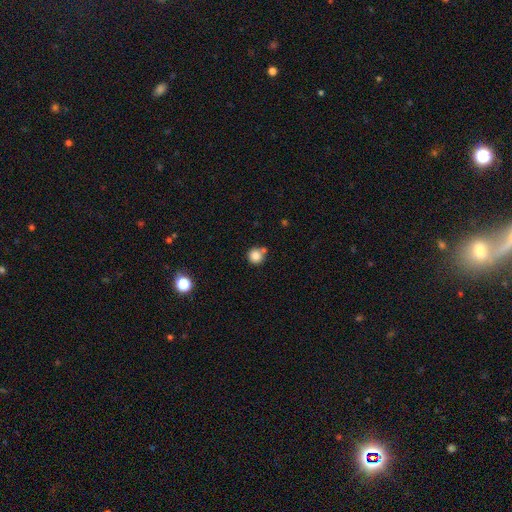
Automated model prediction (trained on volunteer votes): Smooth or featured: smooth — 83% (star or artifact — 11%)
How rounded: round — 93% (in between — 6%)
Merging: none — 68% (merger — 18%)